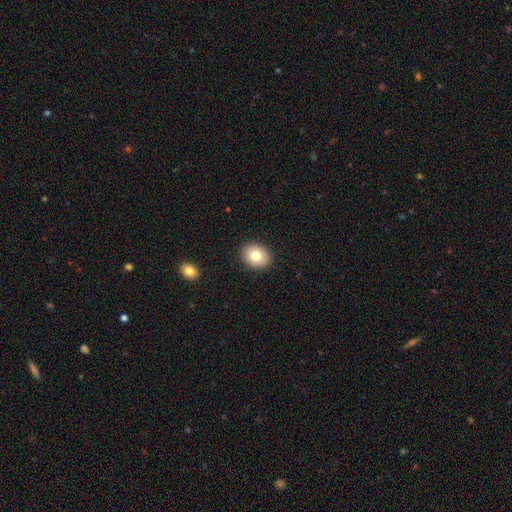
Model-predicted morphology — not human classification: type=smooth (79%); roundness=round (50%); merging=none (90%).